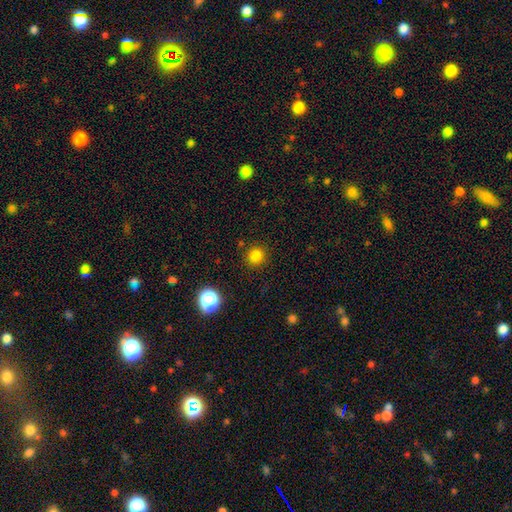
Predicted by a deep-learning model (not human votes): Smooth or featured?
  - smooth: 81% *
  - star or artifact: 15%
  - featured or disk: 4%
How rounded?
  - round: 92% *
  - in between: 7%
  - cigar-shaped: 1%
Merging?
  - none: 89% *
  - minor disturbance: 6%
  - major disturbance: 2%
  - merger: 2%